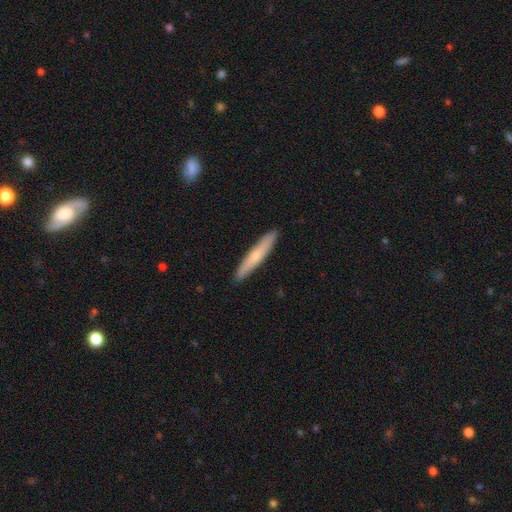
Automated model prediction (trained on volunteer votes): smooth-or-featured: smooth: 61% | featured or disk: 34% | star or artifact: 5%
  how-rounded: cigar-shaped: 94% | in between: 5% | round: 1%
  merging: none: 91% | minor disturbance: 6% | major disturbance: 1% | merger: 1%